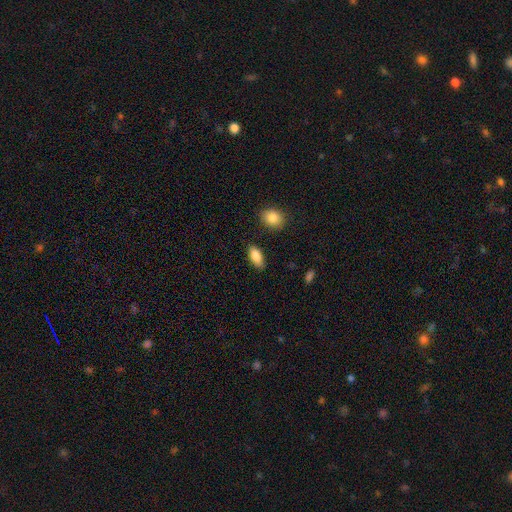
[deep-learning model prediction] smooth 87%, star or artifact 7%, featured or disk 6%. Down the decision tree: how rounded — in between (90%); merging — none (82%).